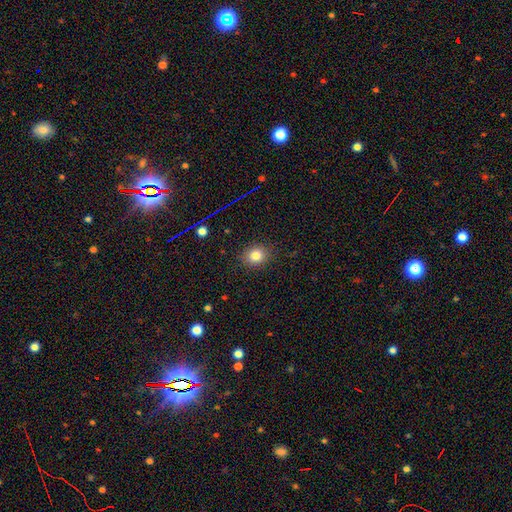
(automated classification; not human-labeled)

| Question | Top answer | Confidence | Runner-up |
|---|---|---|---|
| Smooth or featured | smooth | 80% | star or artifact (12%) |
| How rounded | round | 61% | in between (38%) |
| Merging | none | 87% | minor disturbance (9%) |